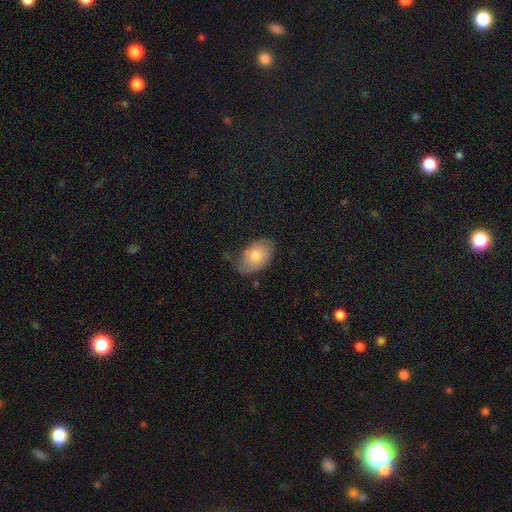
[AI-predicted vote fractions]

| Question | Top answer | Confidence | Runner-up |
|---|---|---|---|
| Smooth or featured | smooth | 77% | featured or disk (17%) |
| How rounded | in between | 89% | round (10%) |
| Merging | none | 54% | minor disturbance (33%) |